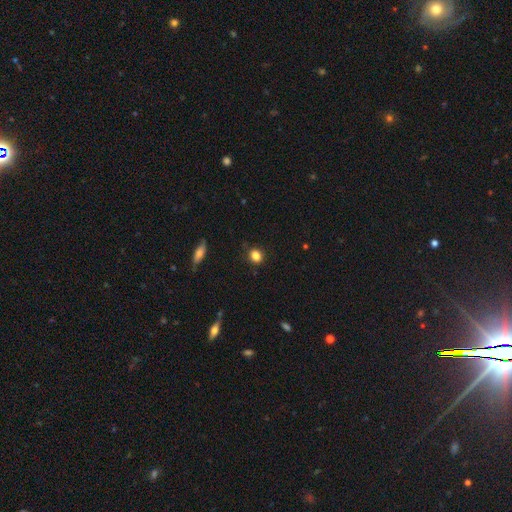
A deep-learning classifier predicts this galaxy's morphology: Q: Smooth or featured?
A: smooth (84%); runner-up: star or artifact (11%)
Q: How rounded?
A: round (72%); runner-up: in between (27%)
Q: Merging?
A: none (86%); runner-up: minor disturbance (10%)